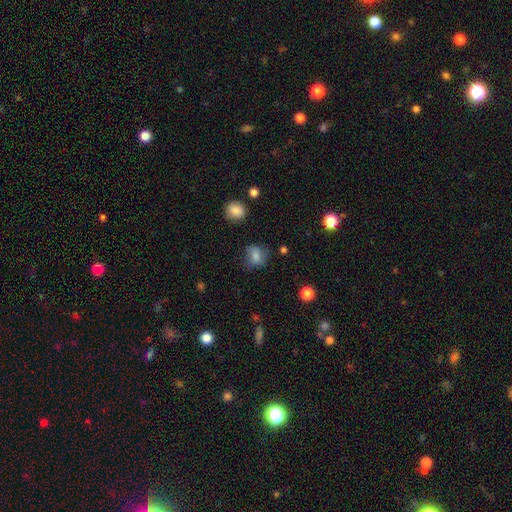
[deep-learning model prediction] Smooth or featured: smooth — 75% (featured or disk — 13%)
How rounded: round — 62% (in between — 36%)
Merging: none — 69% (minor disturbance — 21%)